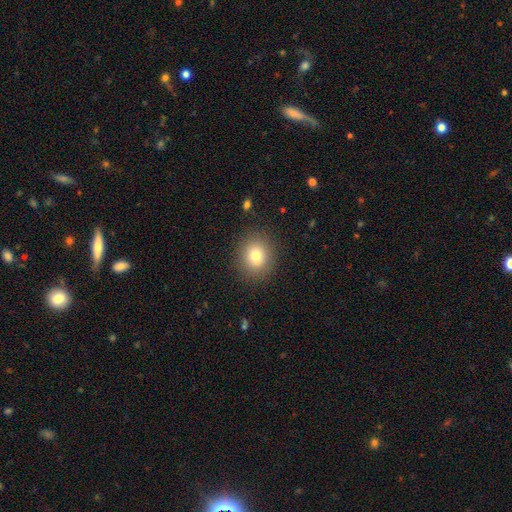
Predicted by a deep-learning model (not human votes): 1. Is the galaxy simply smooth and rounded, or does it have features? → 78% smooth, 11% star or artifact, 10% featured or disk.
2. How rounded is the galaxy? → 75% round, 24% in between, 1% cigar-shaped.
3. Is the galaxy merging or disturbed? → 87% none, 8% minor disturbance, 3% major disturbance, 1% merger.